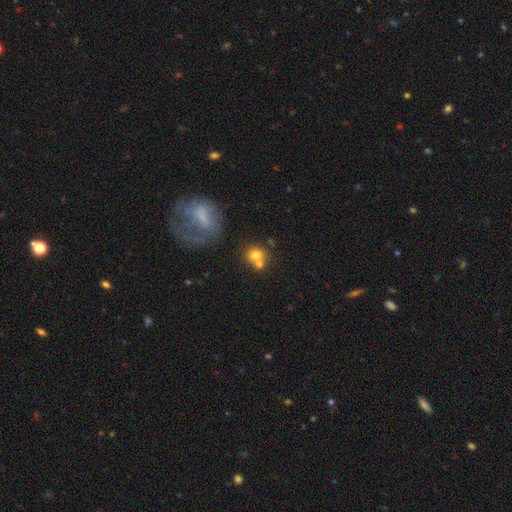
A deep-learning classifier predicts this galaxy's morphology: smooth_or_featured: smooth (p=0.73) [alt: featured or disk p=0.15]
how_rounded: round (p=0.78) [alt: in between p=0.21]
merging: none (p=0.44) [alt: merger p=0.43]